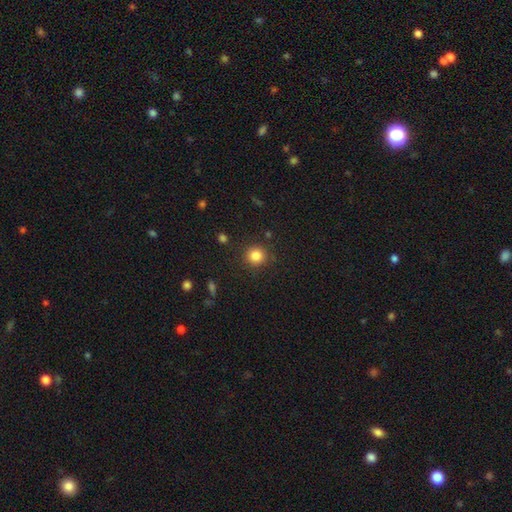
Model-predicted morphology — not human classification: smooth_or_featured: smooth (p=0.84) [alt: star or artifact p=0.11]
how_rounded: round (p=0.92) [alt: in between p=0.07]
merging: none (p=0.87) [alt: minor disturbance p=0.08]